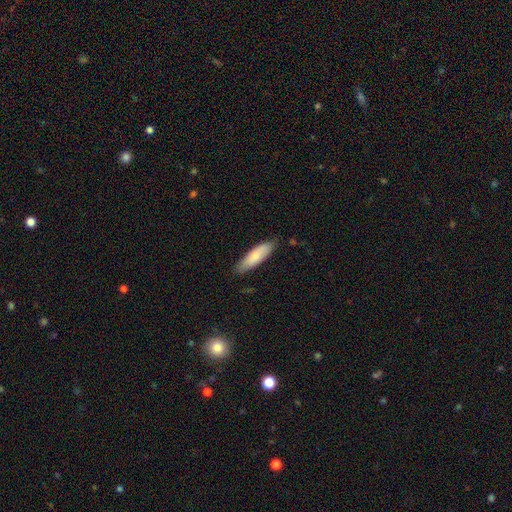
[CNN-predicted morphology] Smooth or featured? Predicted: smooth (p=0.81). How rounded? Predicted: cigar-shaped (p=0.53). Merging? Predicted: none (p=0.81).